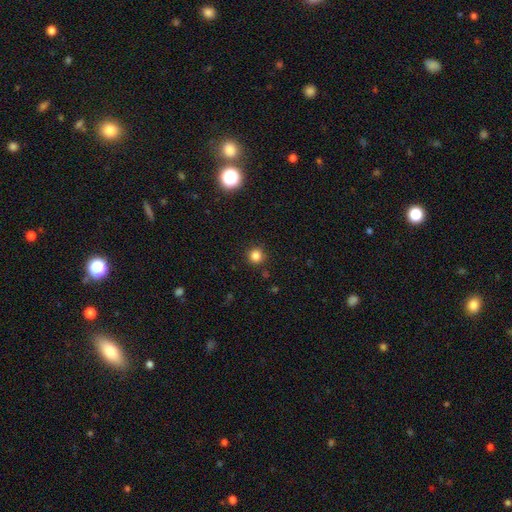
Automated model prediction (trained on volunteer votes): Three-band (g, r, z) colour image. It shows a smooth galaxy with no disk features (83%) that is round (93%). Merging: none (90%).